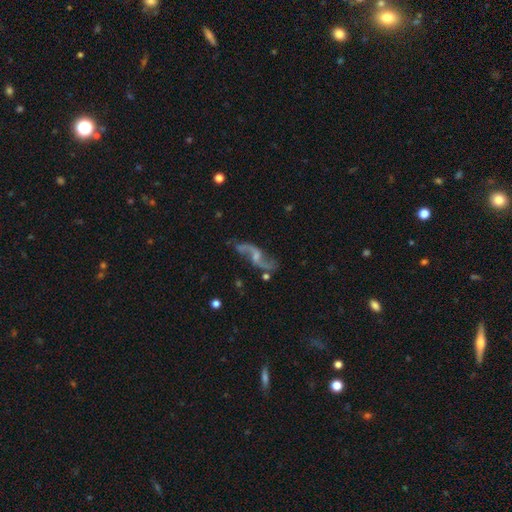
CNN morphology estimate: Smooth or featured? featured or disk (89%)
Edge-on disk? no (95%)
Bar? no (44%, tied with weak)
Spiral arms? yes (96%)
Spiral winding? loose (86%)
Spiral arm count? 2 (94%)
Bulge size? small (50%)
Merging? none (71%)